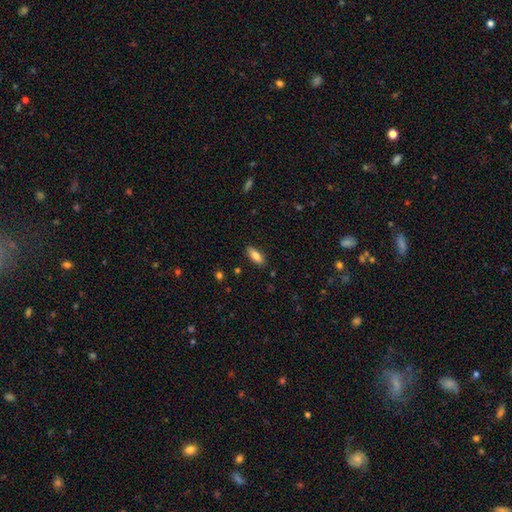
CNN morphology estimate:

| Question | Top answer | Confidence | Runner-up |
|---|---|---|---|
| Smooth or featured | smooth | 81% | featured or disk (12%) |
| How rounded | in between | 76% | cigar-shaped (21%) |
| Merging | none | 86% | minor disturbance (10%) |